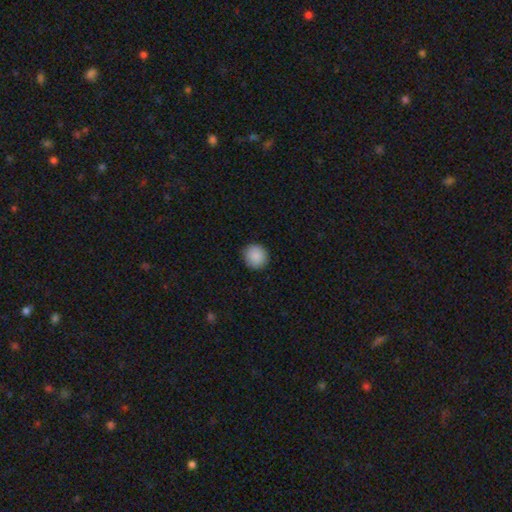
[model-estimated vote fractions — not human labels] A smooth galaxy with no disk features (89%) that is round (92%).

Vote fractions:
- Smooth or featured? smooth: 89% / star or artifact: 8% / featured or disk: 3%
- How rounded? round: 92% / in between: 7% / cigar-shaped: 1%
- Merging? none: 91% / minor disturbance: 6% / major disturbance: 2% / merger: 1%